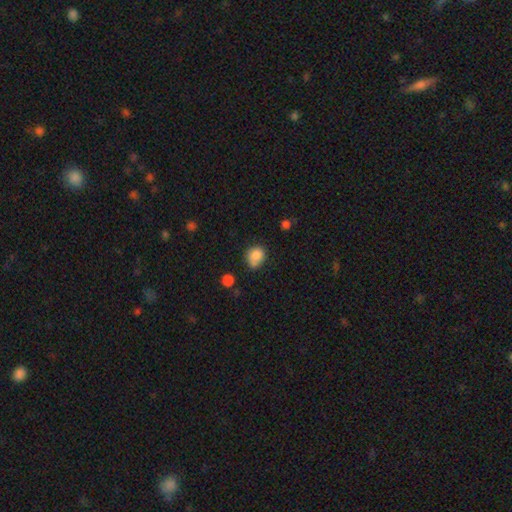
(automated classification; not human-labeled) A smooth galaxy with no disk features (83%) that is round (58%).

Vote fractions:
- Smooth or featured? smooth: 83% / star or artifact: 10% / featured or disk: 7%
- How rounded? round: 58% / in between: 41% / cigar-shaped: 1%
- Merging? none: 51% / minor disturbance: 30% / merger: 11% / major disturbance: 8%